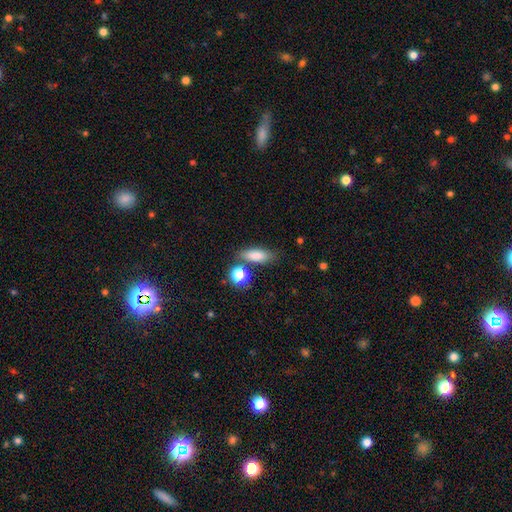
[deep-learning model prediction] Q: Smooth or featured?
A: smooth (83%); runner-up: featured or disk (9%)
Q: How rounded?
A: in between (66%); runner-up: cigar-shaped (27%)
Q: Merging?
A: none (71%); runner-up: minor disturbance (13%)